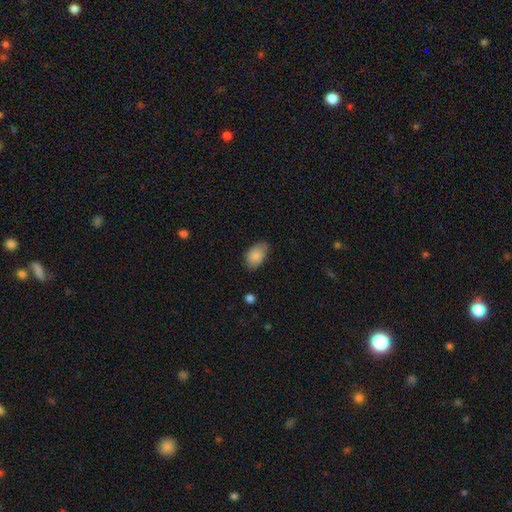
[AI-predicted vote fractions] A smooth galaxy with no disk features (87%) that is in between round and cigar-shaped (89%). Merging: none (75%).